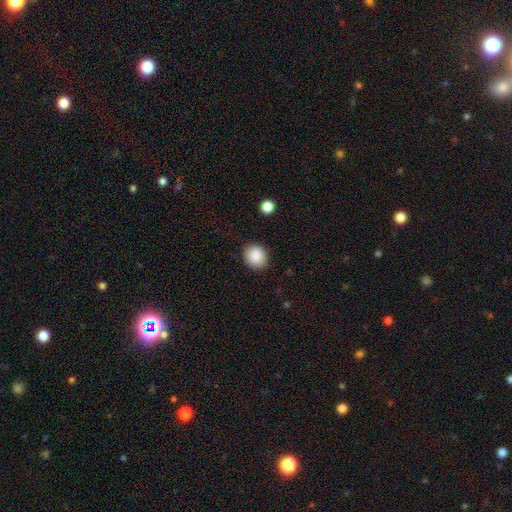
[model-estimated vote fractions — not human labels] Morphology: type=smooth (87%); roundness=round (74%); merging=none (88%).